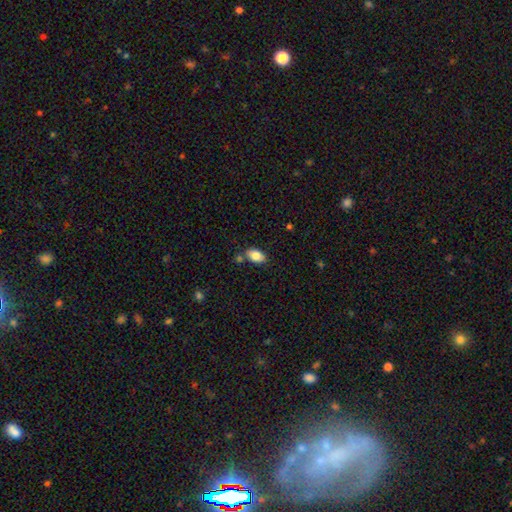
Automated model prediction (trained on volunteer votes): Overall: smooth (83%). How rounded: in between (92%). Merging: none (74%).